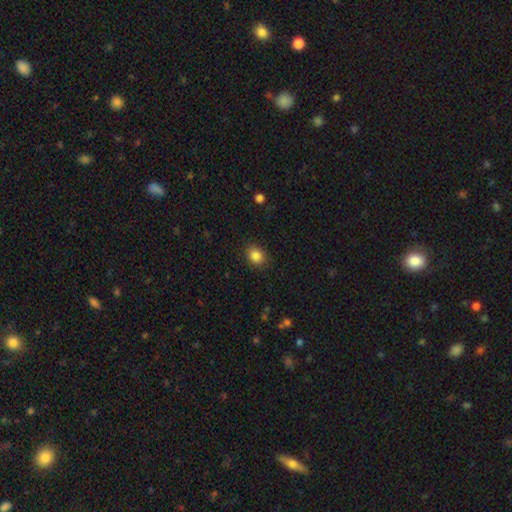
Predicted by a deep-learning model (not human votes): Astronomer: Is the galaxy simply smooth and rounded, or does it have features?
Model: smooth — 86%.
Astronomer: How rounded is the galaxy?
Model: round — 50% (runner-up: in between, 49%).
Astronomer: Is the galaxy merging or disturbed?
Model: none — 86%.